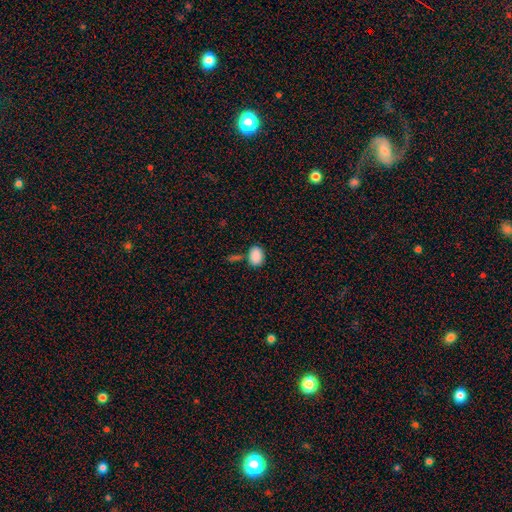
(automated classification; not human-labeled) Overall: smooth (89%). How rounded: in between (82%). Merging: none (70%).